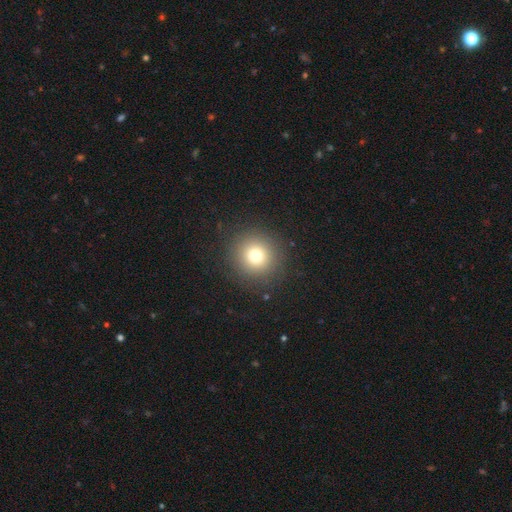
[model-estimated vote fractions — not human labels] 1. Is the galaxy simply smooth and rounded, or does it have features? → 73% smooth, 16% star or artifact, 11% featured or disk.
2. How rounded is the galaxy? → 95% round, 4% in between, 1% cigar-shaped.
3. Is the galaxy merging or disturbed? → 90% none, 6% minor disturbance, 3% major disturbance, 1% merger.